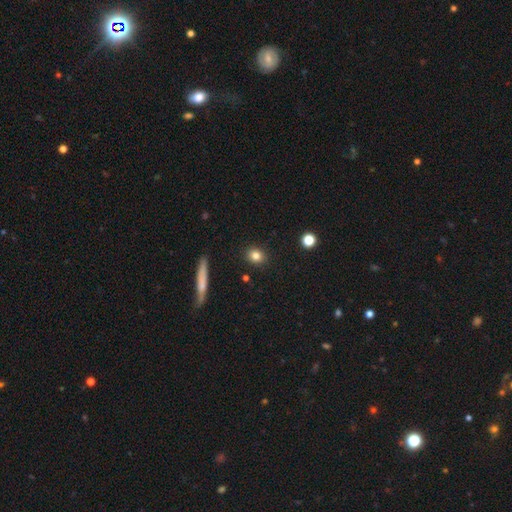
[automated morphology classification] smooth_or_featured: smooth (p=0.82) [alt: star or artifact p=0.10]
how_rounded: round (p=0.67) [alt: in between p=0.30]
merging: none (p=0.89) [alt: minor disturbance p=0.07]